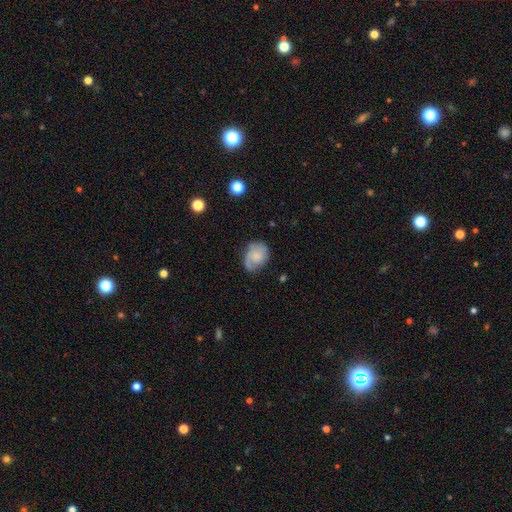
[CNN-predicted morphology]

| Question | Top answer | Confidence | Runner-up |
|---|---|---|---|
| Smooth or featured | smooth | 57% | featured or disk (35%) |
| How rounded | in between | 65% | round (34%) |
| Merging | none | 56% | minor disturbance (30%) |